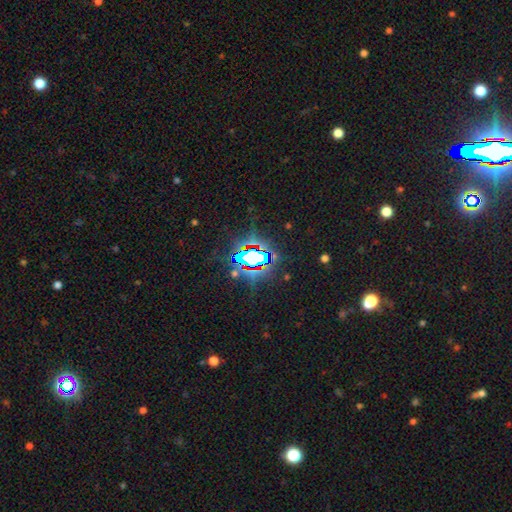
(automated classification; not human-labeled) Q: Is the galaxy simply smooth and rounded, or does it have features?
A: star or artifact — 74%.